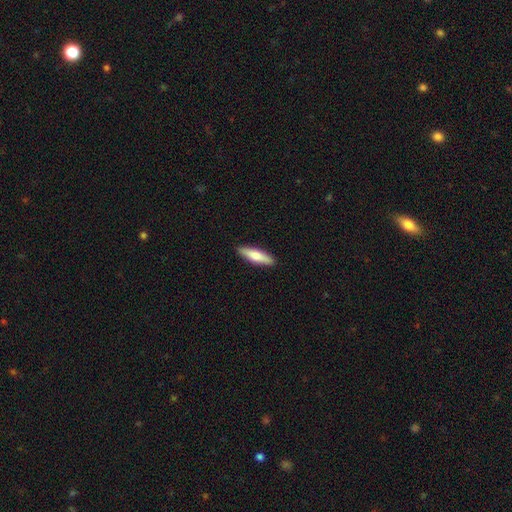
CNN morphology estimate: Overall: smooth (66%; featured or disk 29%). How rounded: cigar-shaped (70%). Merging: none (91%).